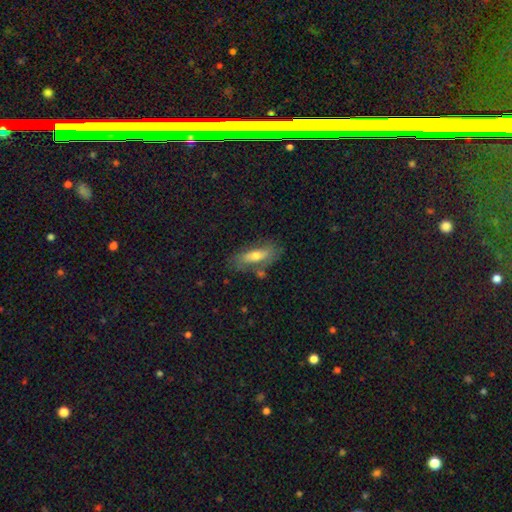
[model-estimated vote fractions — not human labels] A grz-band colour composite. It shows a smooth galaxy with no disk features (56%) that is in between round and cigar-shaped (60%). Merging: none (66%).